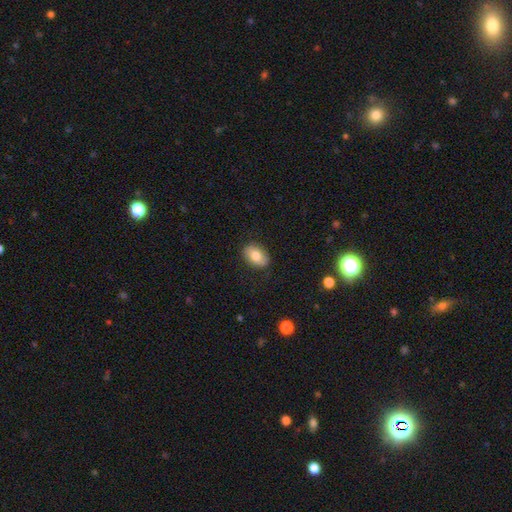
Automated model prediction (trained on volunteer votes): Morphology: type=smooth (77%); roundness=in between (85%); merging=none (85%).